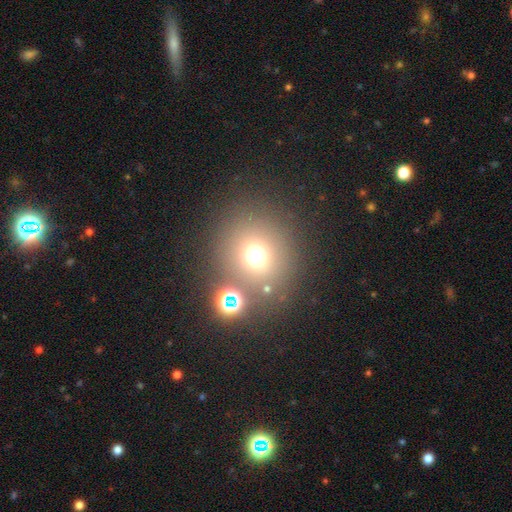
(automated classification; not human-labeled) Smooth or featured?
  - smooth: 67% *
  - star or artifact: 24%
  - featured or disk: 9%
How rounded?
  - round: 87% *
  - in between: 12%
  - cigar-shaped: 1%
Merging?
  - none: 73% *
  - merger: 13%
  - minor disturbance: 8%
  - major disturbance: 5%